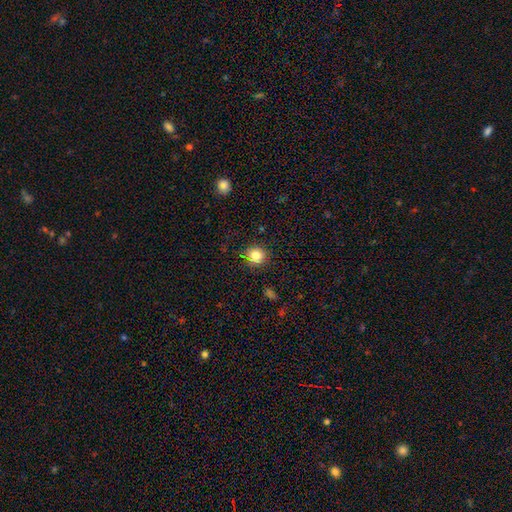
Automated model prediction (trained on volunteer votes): This is clearly a smooth galaxy (83%). How rounded: clearly round (91%). Merging: clearly none (88%).